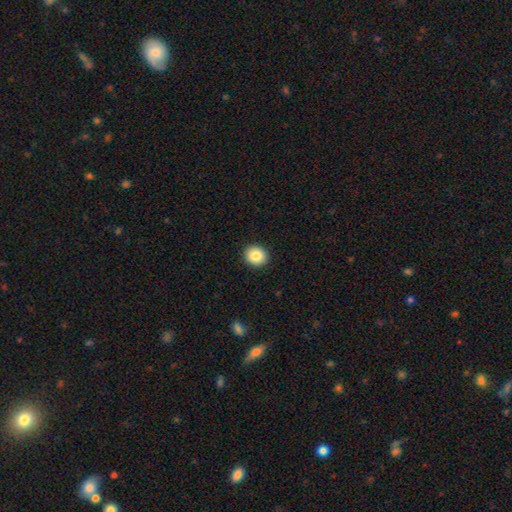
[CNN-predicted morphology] Smooth or featured? Predicted: smooth (p=0.85). How rounded? Predicted: round (p=0.74). Merging? Predicted: none (p=0.92).